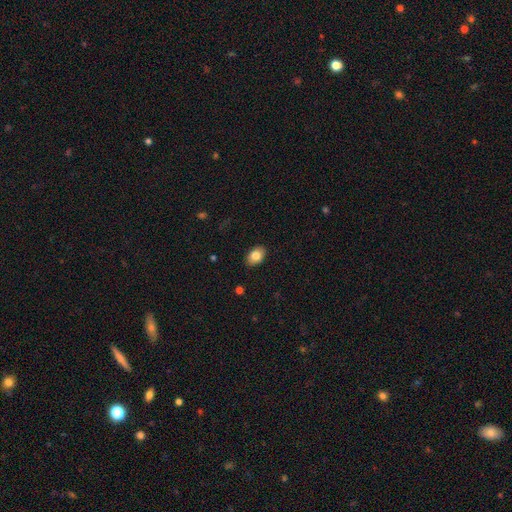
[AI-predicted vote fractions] A smooth galaxy with no disk features (82%) that is in between round and cigar-shaped (83%). Merging: none (89%).